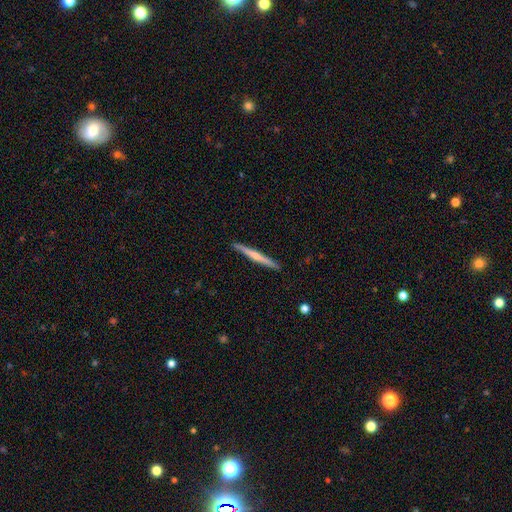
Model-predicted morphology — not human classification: Q: Smooth or featured?
A: featured or disk (57%); runner-up: smooth (38%)
Q: Edge-on disk?
A: yes (98%); runner-up: no (2%)
Q: Edge-on bulge?
A: rounded (63%); runner-up: none (30%)
Q: Merging?
A: none (91%); runner-up: minor disturbance (6%)